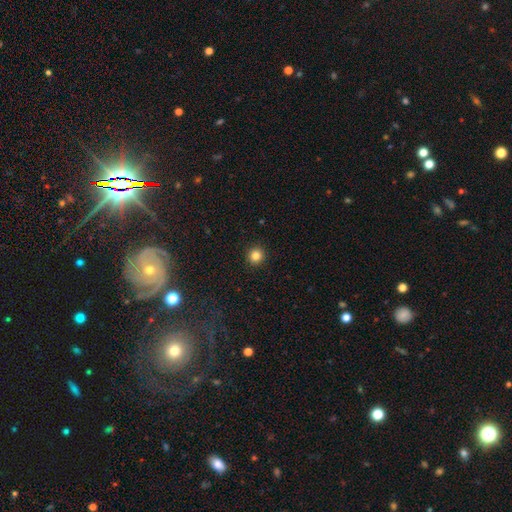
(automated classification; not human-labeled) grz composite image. It shows a smooth galaxy with no disk features (84%) that is round (95%). Merging: none (93%).